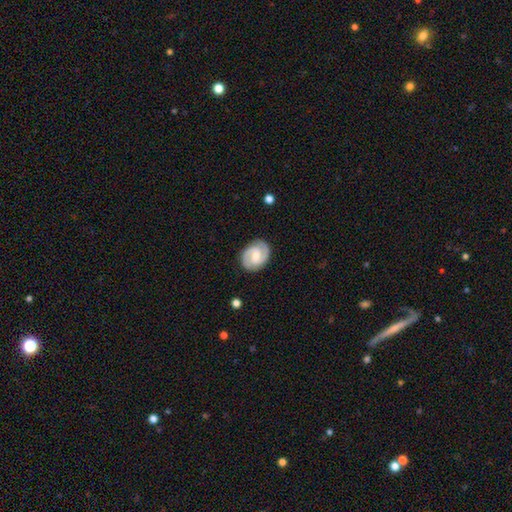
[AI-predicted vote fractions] Smooth or featured: featured or disk — 86% (smooth — 10%)
Edge-on disk: no — 98% (yes — 2%)
Bar: weak — 52% (no — 33%)
Spiral arms: yes — 97% (no — 3%)
Spiral winding: medium — 47% (tight — 43%)
Spiral arm count: 2 — 93% (can't tell — 3%)
Bulge size: moderate — 49% (small — 41%)
Merging: none — 86% (minor disturbance — 11%)